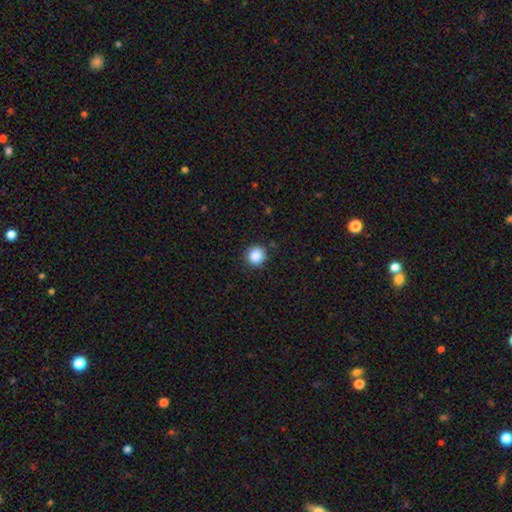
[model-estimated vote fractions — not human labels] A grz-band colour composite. It shows a smooth galaxy with no disk features (86%) that is round (94%). Merging: none (90%).